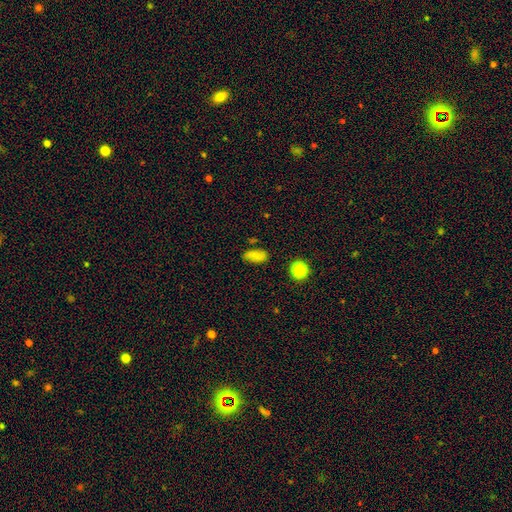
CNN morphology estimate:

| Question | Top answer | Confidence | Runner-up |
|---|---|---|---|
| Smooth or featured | smooth | 76% | star or artifact (15%) |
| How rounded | in between | 87% | round (7%) |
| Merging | none | 75% | minor disturbance (17%) |